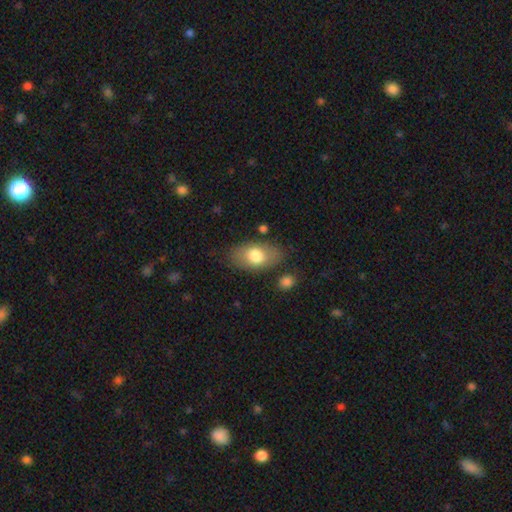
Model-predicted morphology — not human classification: Smooth or featured: smooth — 75% (featured or disk — 18%)
How rounded: in between — 90% (round — 8%)
Merging: none — 77% (minor disturbance — 14%)